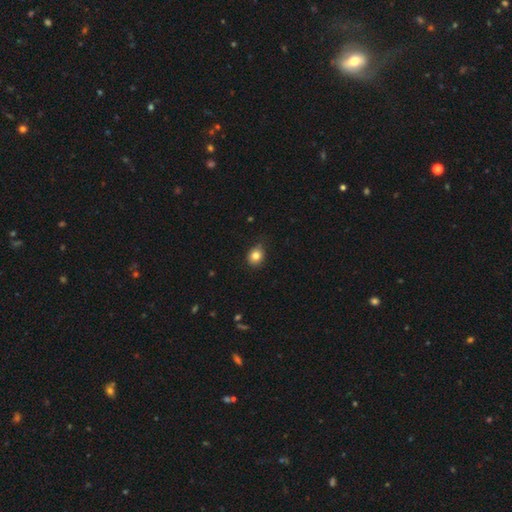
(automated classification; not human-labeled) Smooth or featured? Predicted: smooth (p=0.82). How rounded? Predicted: round (p=0.72). Merging? Predicted: none (p=0.76).